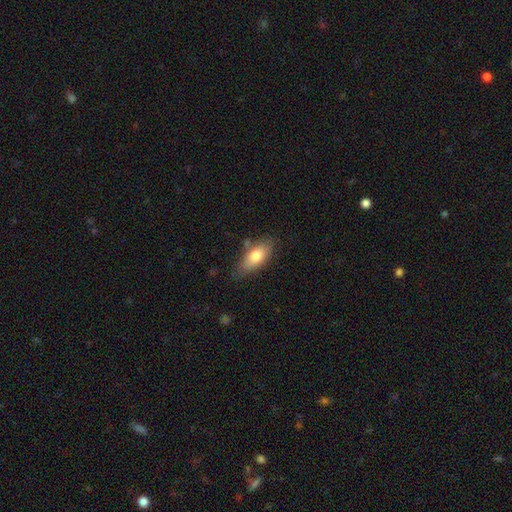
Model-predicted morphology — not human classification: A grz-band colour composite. It shows a smooth galaxy with no disk features (74%) that is in between round and cigar-shaped (83%). Merging: none (71%).